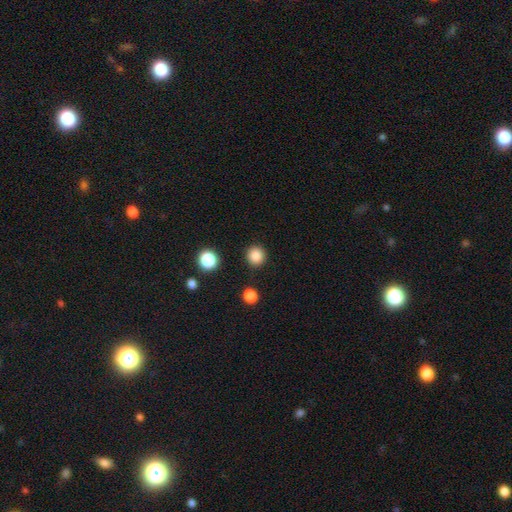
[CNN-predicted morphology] Smooth or featured? smooth (86%)
How rounded? round (93%)
Merging? none (90%)